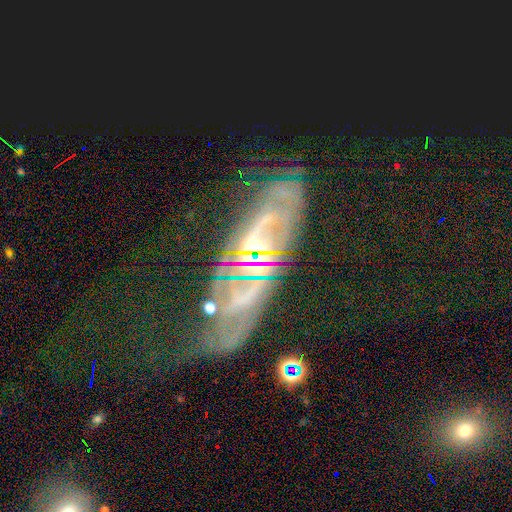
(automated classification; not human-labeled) Smooth or featured? Predicted: featured or disk (p=0.66). Edge-on disk? Predicted: no (p=0.78). Bar? Predicted: no (p=0.44). Spiral arms? Predicted: yes (p=0.71). Bulge size? Predicted: small (p=0.46). Merging? Predicted: none (p=0.54).